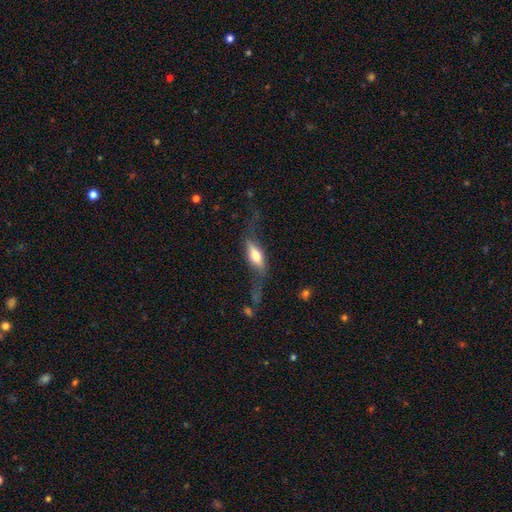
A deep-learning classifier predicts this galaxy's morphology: type=featured or disk (53%); edge-on=yes (68%); merging=none (43%).